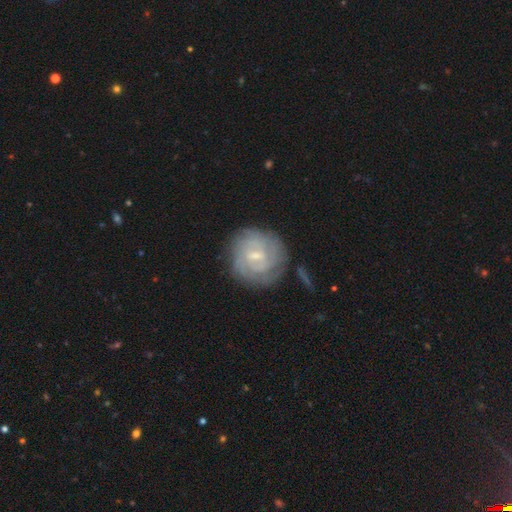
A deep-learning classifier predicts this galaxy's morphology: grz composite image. It shows a featured or disk galaxy (72%) with a weak bar (60%), tight (72%) spiral arms (87%) and a small central bulge (64%). Merging: none (73%).